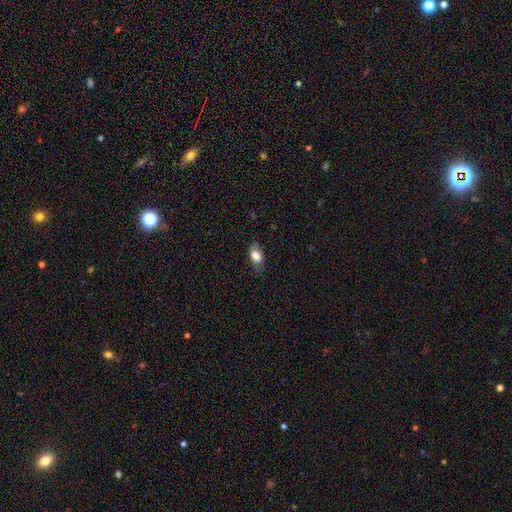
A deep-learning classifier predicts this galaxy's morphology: Smooth or featured: smooth — 80% (featured or disk — 12%)
How rounded: in between — 87% (round — 8%)
Merging: none — 73% (minor disturbance — 21%)